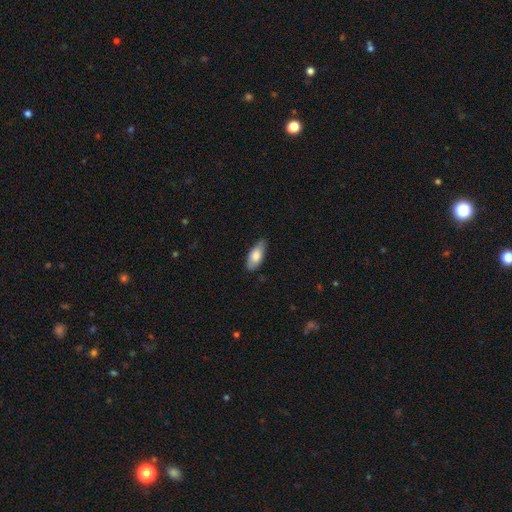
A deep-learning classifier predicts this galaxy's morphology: smooth_or_featured: smooth (p=0.76) [alt: featured or disk p=0.19]
how_rounded: in between (p=0.82) [alt: cigar-shaped p=0.16]
merging: none (p=0.78) [alt: minor disturbance p=0.18]